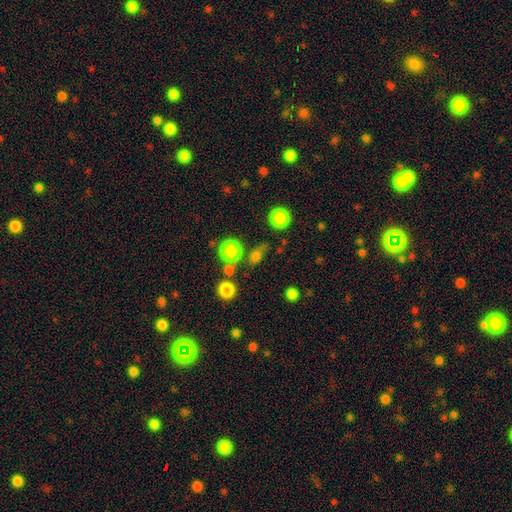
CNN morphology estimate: A smooth galaxy with no disk features (72%) that is round (68%). Merging: none (66%).